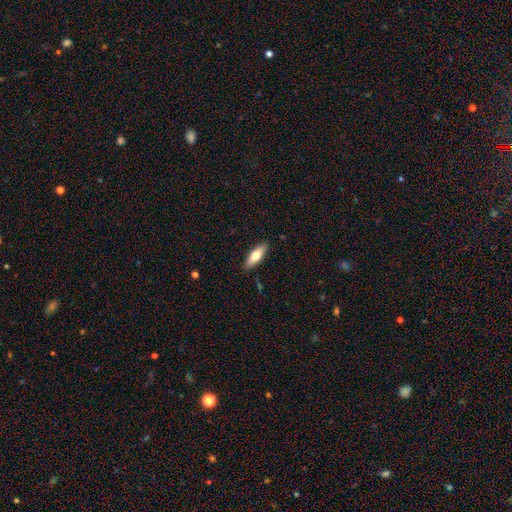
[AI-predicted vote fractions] A smooth galaxy with no disk features (66%) that is in between round and cigar-shaped (58%). Merging: none (88%).